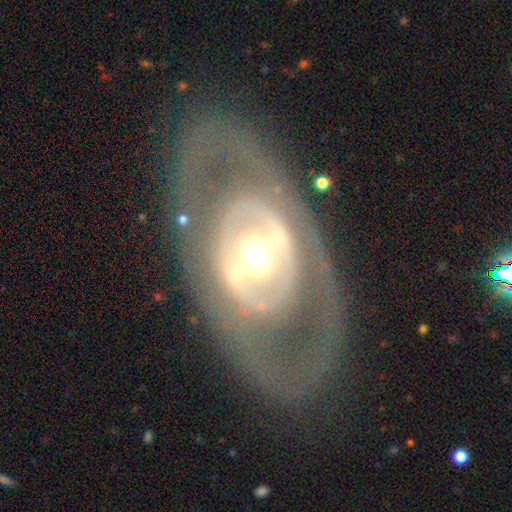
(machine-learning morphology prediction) Q: Smooth or featured?
A: featured or disk (78%); runner-up: smooth (17%)
Q: Edge-on disk?
A: no (93%); runner-up: yes (7%)
Q: Bar?
A: no (57%); runner-up: weak (26%)
Q: Spiral arms?
A: no (52%); runner-up: yes (48%)
Q: Bulge size?
A: moderate (63%); runner-up: large (18%)
Q: Merging?
A: none (63%); runner-up: major disturbance (18%)